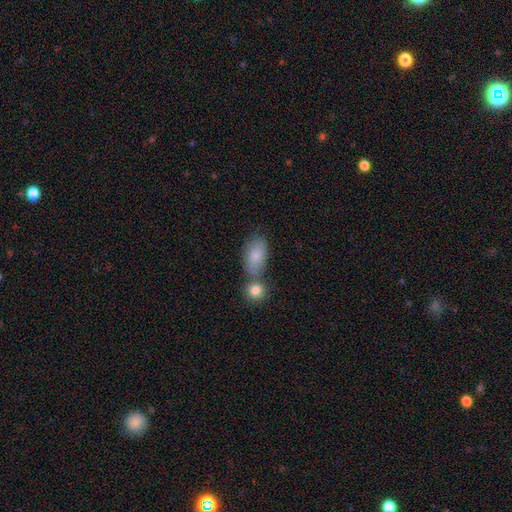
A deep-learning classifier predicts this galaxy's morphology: A smooth galaxy with no disk features (81%) that is in between round and cigar-shaped (90%).

Vote fractions:
- Smooth or featured? smooth: 81% / featured or disk: 12% / star or artifact: 7%
- How rounded? in between: 90% / round: 8% / cigar-shaped: 2%
- Merging? none: 48% / merger: 31% / minor disturbance: 16% / major disturbance: 5%